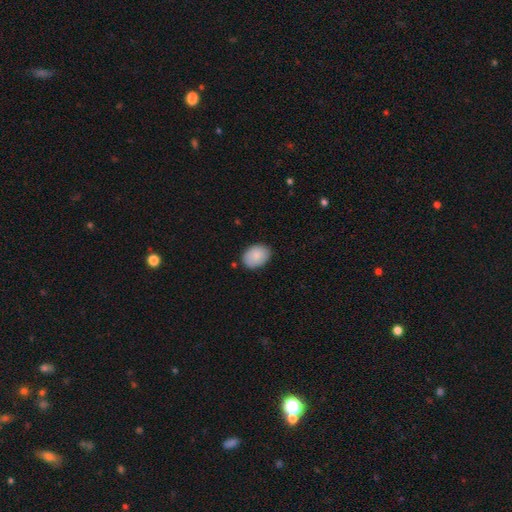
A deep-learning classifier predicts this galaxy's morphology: Smooth or featured? smooth (88%)
How rounded? in between (72%)
Merging? none (84%)